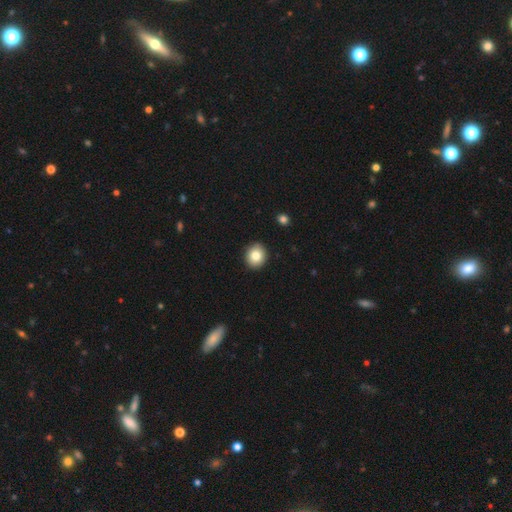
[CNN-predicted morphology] The model was most divided on "how rounded": round: 77%, in between: 22%, cigar-shaped: 1%. More confident: merging — none (90%); smooth or featured — smooth (83%).